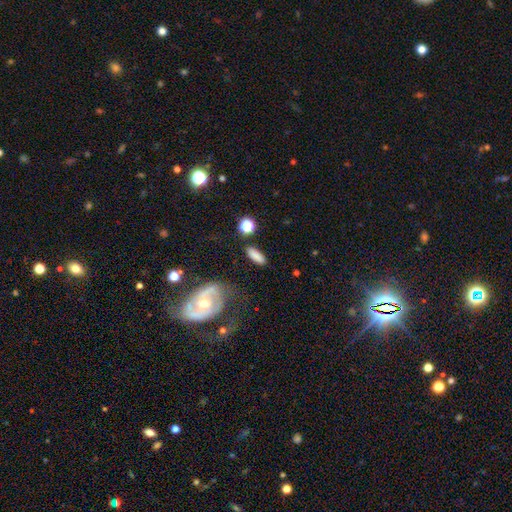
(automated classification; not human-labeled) This is clearly a smooth galaxy (81%). How rounded: likely in between (63%). Merging: likely none (80%).